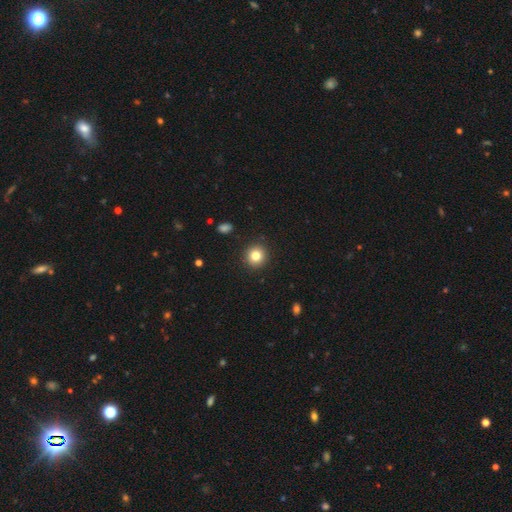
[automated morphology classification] A smooth galaxy with no disk features (82%) that is round (93%).

Vote fractions:
- Smooth or featured? smooth: 82% / star or artifact: 11% / featured or disk: 7%
- How rounded? round: 93% / in between: 6% / cigar-shaped: 1%
- Merging? none: 92% / minor disturbance: 5% / major disturbance: 2% / merger: 1%